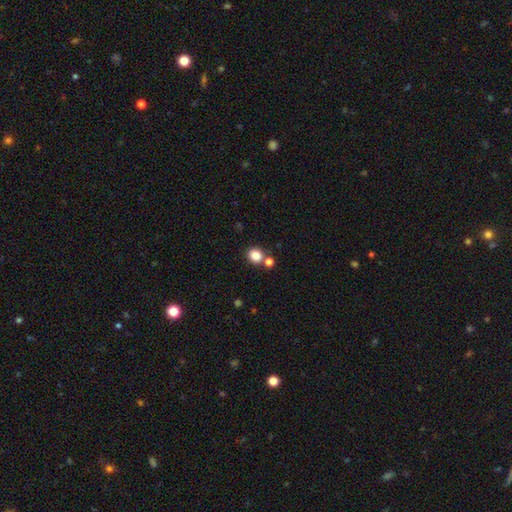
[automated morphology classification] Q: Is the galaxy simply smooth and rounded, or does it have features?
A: smooth — 83%.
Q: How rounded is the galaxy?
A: round — 78%.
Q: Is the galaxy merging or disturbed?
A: none — 68%.